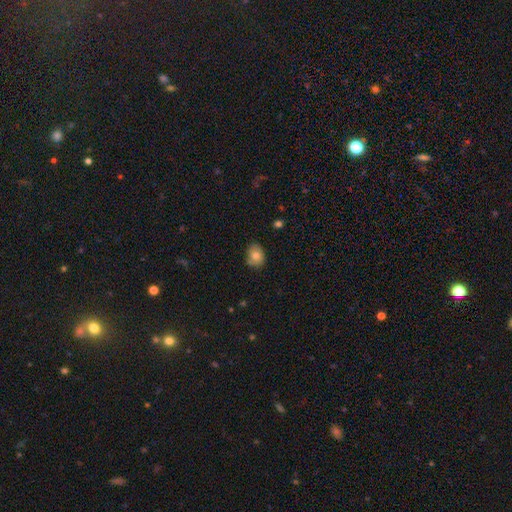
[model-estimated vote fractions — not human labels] A smooth galaxy with no disk features (78%) that is round (50%). Merging: none (74%).